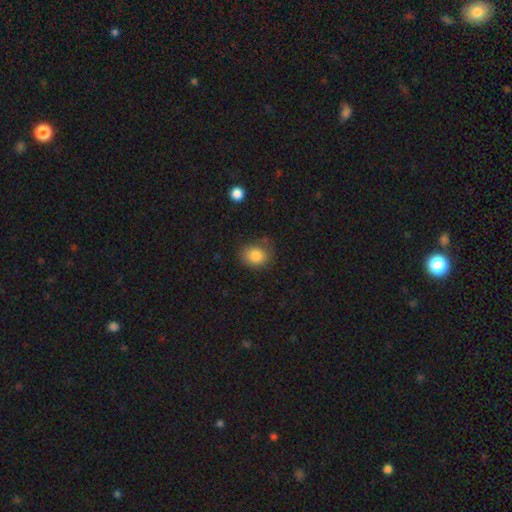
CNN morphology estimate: Overall: smooth (83%). How rounded: round (60%; in between 39%). Merging: none (70%).